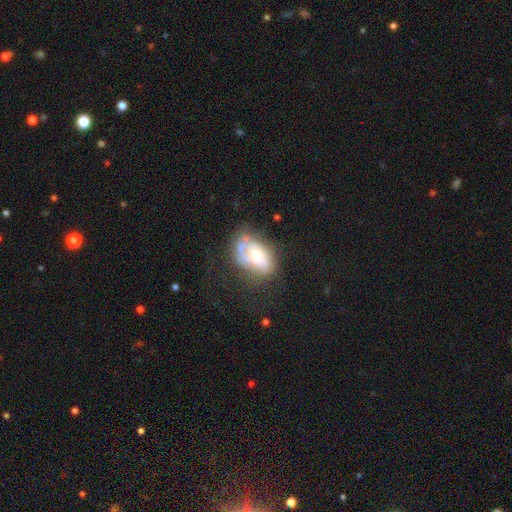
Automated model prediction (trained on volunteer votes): The model was most divided on "merging": none: 44%, minor disturbance: 30%, major disturbance: 21%, merger: 5%. More confident: edge-on disk — no (94%); bar — no (70%); spiral arms — yes (62%); bulge size — moderate (62%); smooth or featured — featured or disk (59%).